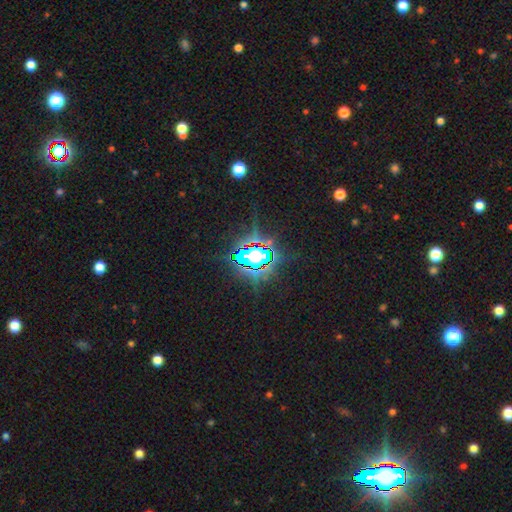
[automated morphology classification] A star or artifact, not a galaxy (80%).